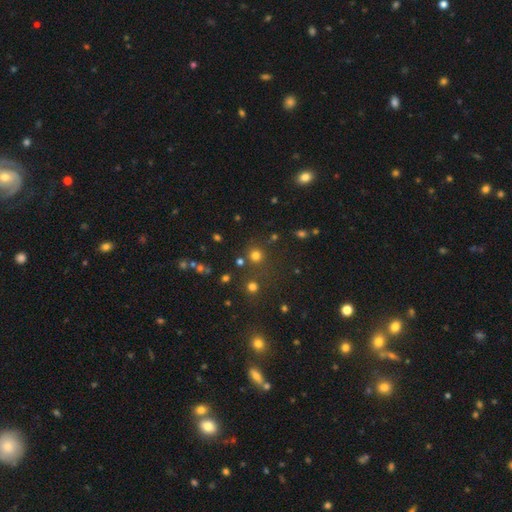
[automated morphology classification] type=smooth (72%); roundness=round (93%); merging=none (78%).